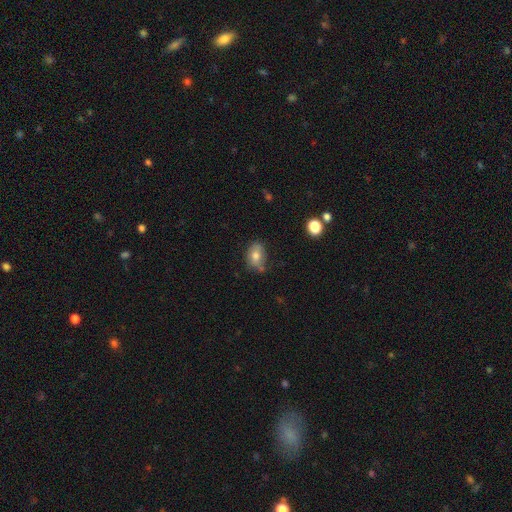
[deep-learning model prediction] Smooth or featured?
  - smooth: 69% *
  - featured or disk: 21%
  - star or artifact: 10%
How rounded?
  - in between: 76% *
  - round: 23%
  - cigar-shaped: 2%
Merging?
  - none: 55% *
  - minor disturbance: 32%
  - major disturbance: 9%
  - merger: 4%